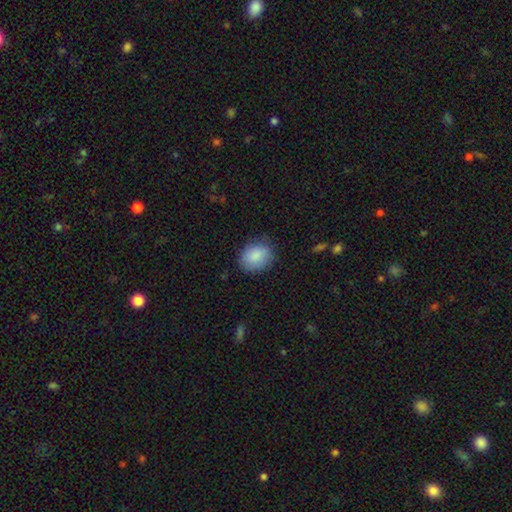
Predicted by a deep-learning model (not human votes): smooth 88%, star or artifact 7%, featured or disk 5%. Down the decision tree: how rounded — in between (52%); merging — none (80%).